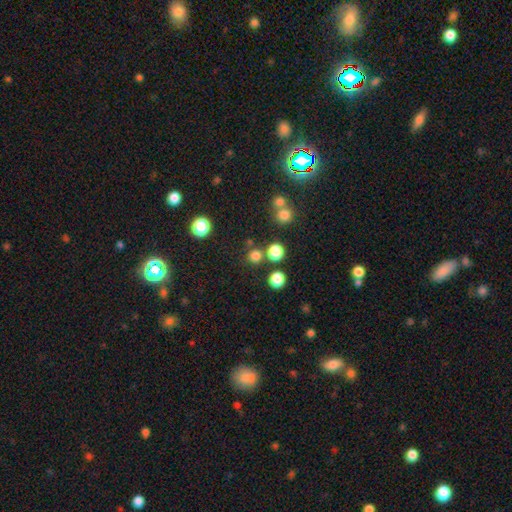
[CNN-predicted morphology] smooth_or_featured: smooth (p=0.75) [alt: star or artifact p=0.20]
how_rounded: round (p=0.93) [alt: in between p=0.06]
merging: none (p=0.78) [alt: merger p=0.12]